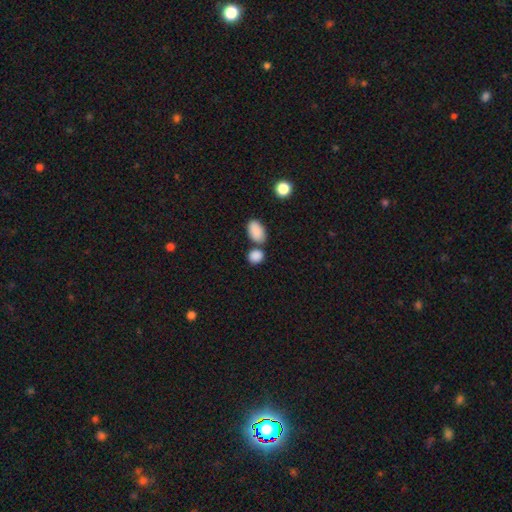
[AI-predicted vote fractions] smooth 88%, star or artifact 8%, featured or disk 4%. Down the decision tree: how rounded — in between (64%); merging — none (58%).